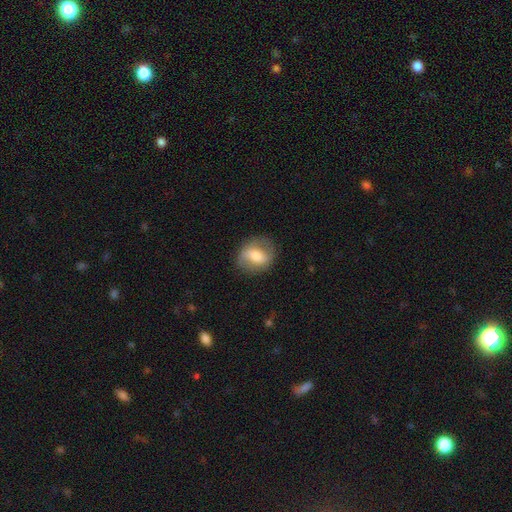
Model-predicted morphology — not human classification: smooth_or_featured: smooth (p=0.48) [alt: featured or disk p=0.44]
merging: none (p=0.79) [alt: minor disturbance p=0.14]